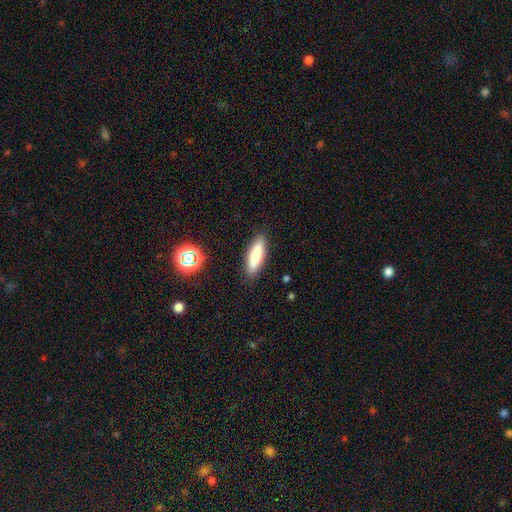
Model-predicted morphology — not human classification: Smooth or featured? smooth (77%)
How rounded? cigar-shaped (63%)
Merging? none (88%)